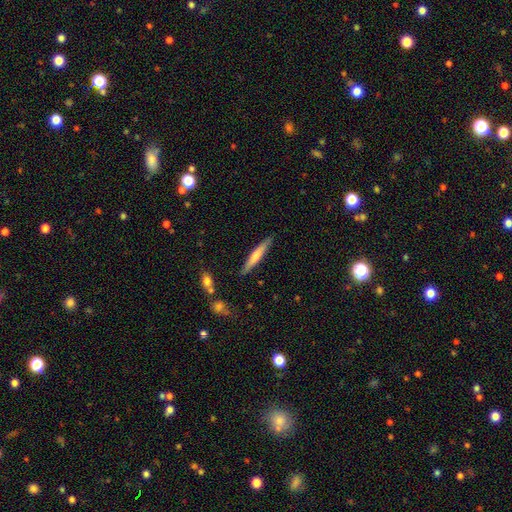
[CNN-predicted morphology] Q: Smooth or featured?
A: smooth (53%); runner-up: featured or disk (41%)
Q: How rounded?
A: cigar-shaped (93%); runner-up: in between (6%)
Q: Merging?
A: none (87%); runner-up: minor disturbance (9%)